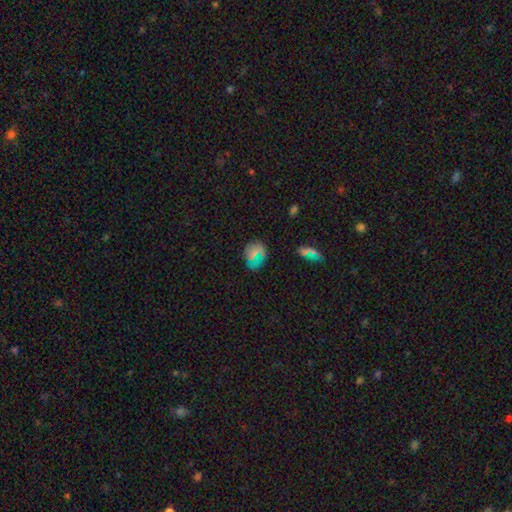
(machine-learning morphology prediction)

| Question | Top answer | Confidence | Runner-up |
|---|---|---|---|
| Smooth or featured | smooth | 61% | star or artifact (20%) |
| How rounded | in between | 56% | round (42%) |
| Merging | none | 73% | minor disturbance (18%) |